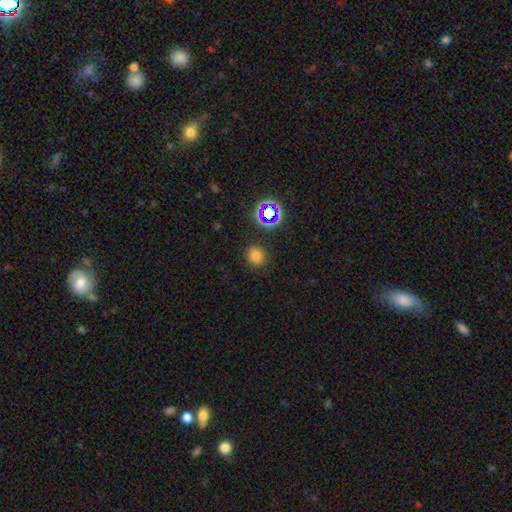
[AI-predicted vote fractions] This is likely a smooth galaxy (73%). How rounded: clearly round (85%). Merging: clearly none (86%).